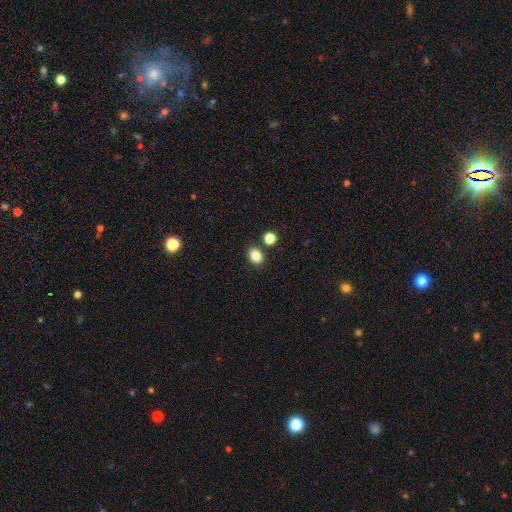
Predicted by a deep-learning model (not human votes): A smooth galaxy with no disk features (85%) that is in between round and cigar-shaped (53%).

Vote fractions:
- Smooth or featured? smooth: 85% / star or artifact: 11% / featured or disk: 4%
- How rounded? in between: 53% / round: 46% / cigar-shaped: 1%
- Merging? none: 81% / minor disturbance: 9% / merger: 7% / major disturbance: 3%